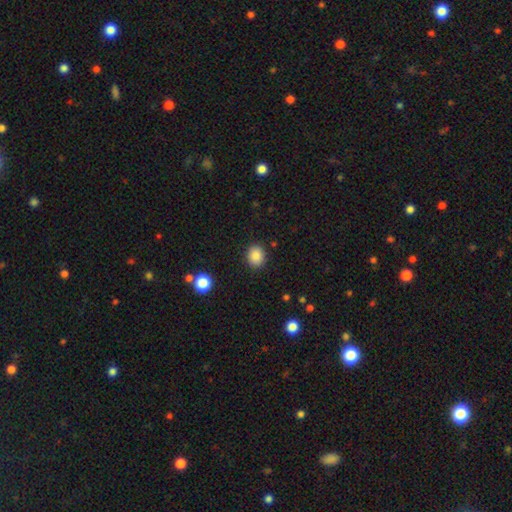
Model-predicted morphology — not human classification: A smooth galaxy with no disk features (86%) that is round (62%).

Vote fractions:
- Smooth or featured? smooth: 86% / star or artifact: 9% / featured or disk: 4%
- How rounded? round: 62% / in between: 38% / cigar-shaped: 1%
- Merging? none: 89% / minor disturbance: 7% / major disturbance: 2% / merger: 1%